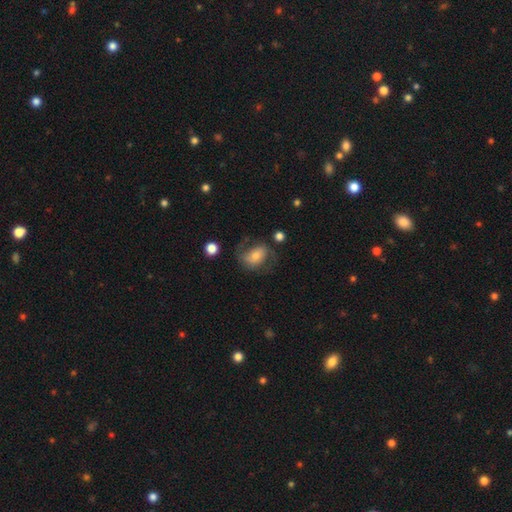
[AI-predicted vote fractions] This appears to be a featured or disk galaxy (50%). Merging: none (58%).